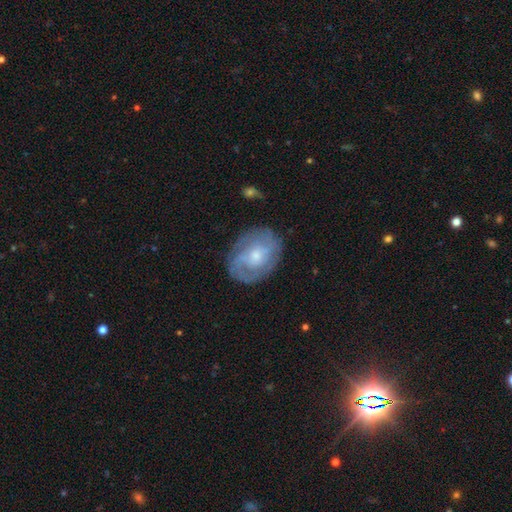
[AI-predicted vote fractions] This is likely a featured or disk galaxy (63%). It is clearly not viewed edge-on (96%). Bar: likely no (66%). Spiral arm pattern: likely yes (73%). Central bulge: possibly moderate (48%). Merging: likely none (75%).